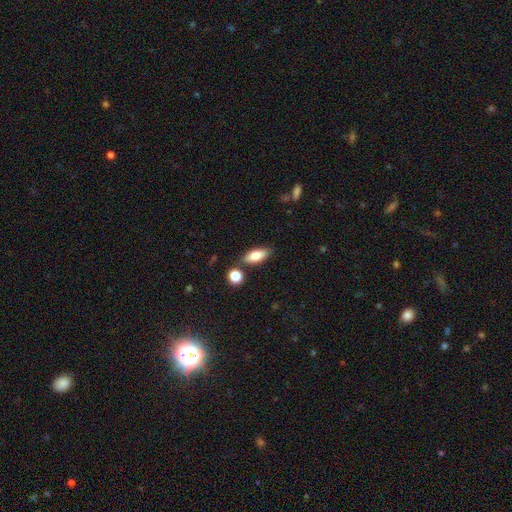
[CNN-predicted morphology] smooth-or-featured: smooth: 80% | featured or disk: 13% | star or artifact: 8%
  how-rounded: in between: 80% | cigar-shaped: 16% | round: 4%
  merging: none: 78% | minor disturbance: 12% | merger: 7% | major disturbance: 3%